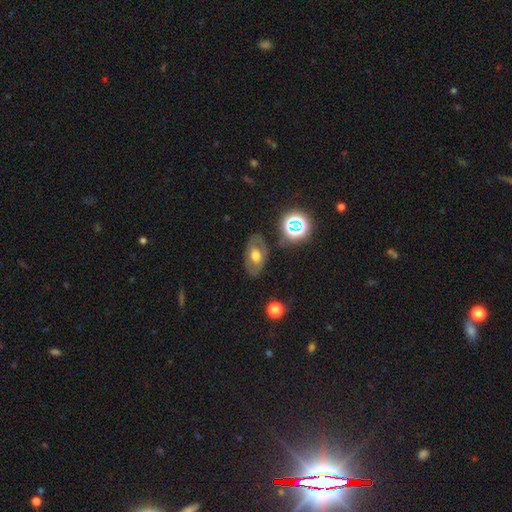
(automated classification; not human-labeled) A smooth galaxy with no disk features (46%). Merging: none (77%).